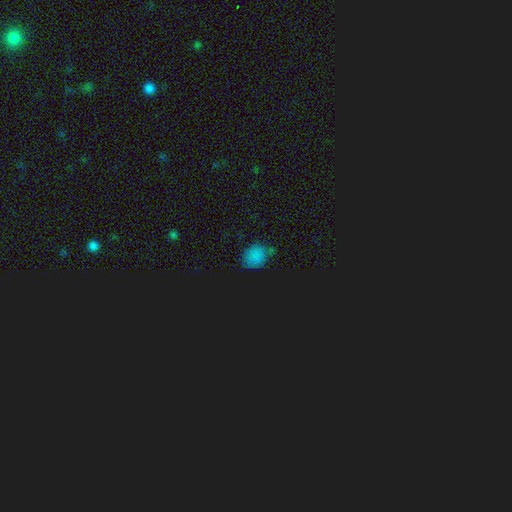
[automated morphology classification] Smooth or featured? smooth (68%)
How rounded? round (54%)
Merging? none (62%)